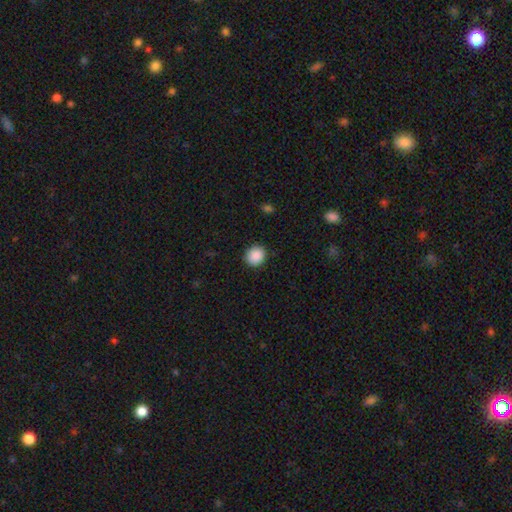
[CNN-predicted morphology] Smooth or featured?
  - smooth: 89% *
  - star or artifact: 8%
  - featured or disk: 3%
How rounded?
  - round: 85% *
  - in between: 14%
  - cigar-shaped: 1%
Merging?
  - none: 90% *
  - minor disturbance: 7%
  - major disturbance: 2%
  - merger: 1%